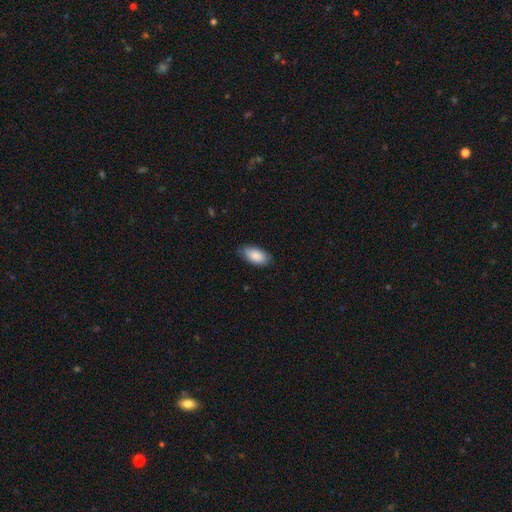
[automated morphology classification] smooth 87%, featured or disk 7%, star or artifact 6%. Down the decision tree: how rounded — in between (93%); merging — none (82%).